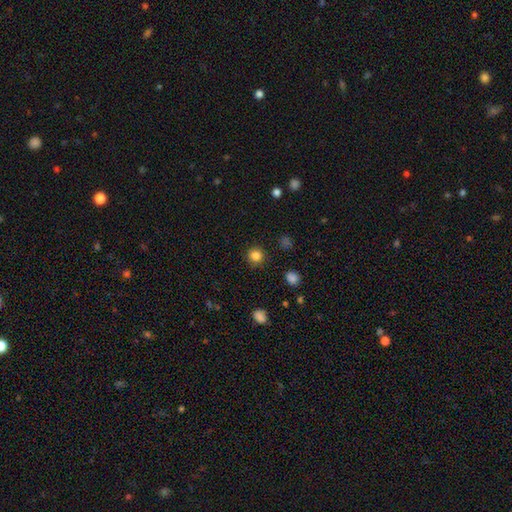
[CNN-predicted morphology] Smooth or featured: smooth — 83% (star or artifact — 13%)
How rounded: round — 94% (in between — 5%)
Merging: none — 91% (minor disturbance — 6%)